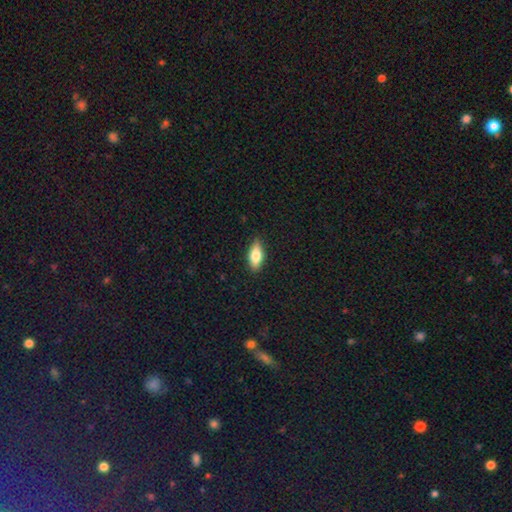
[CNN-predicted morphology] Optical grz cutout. It shows a smooth galaxy with no disk features (70%) that is in between round and cigar-shaped (77%). Merging: none (88%).